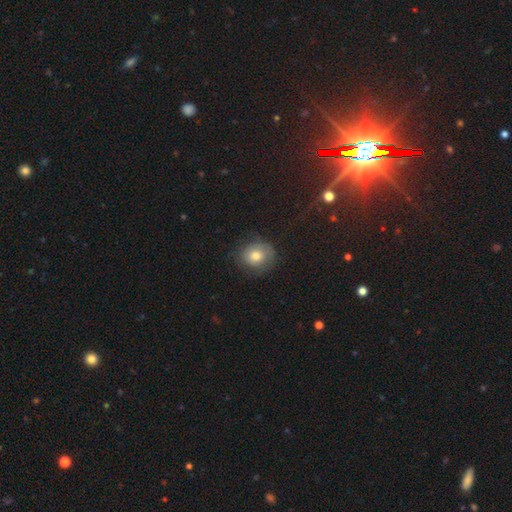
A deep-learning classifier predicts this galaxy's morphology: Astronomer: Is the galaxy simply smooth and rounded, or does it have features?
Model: smooth — 72%.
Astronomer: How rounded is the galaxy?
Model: round — 74%.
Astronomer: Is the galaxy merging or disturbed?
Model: none — 74%.